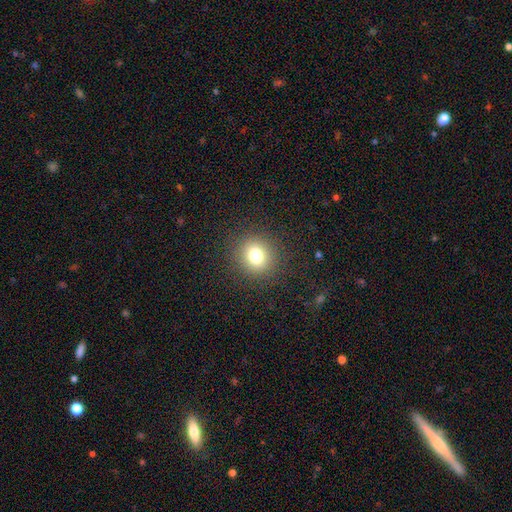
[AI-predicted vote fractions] A smooth galaxy with no disk features (77%) that is round (84%). Merging: none (89%).